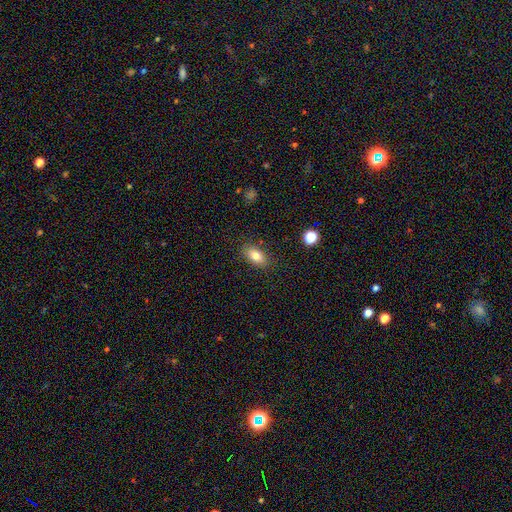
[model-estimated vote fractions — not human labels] A smooth galaxy with no disk features (80%) that is in between round and cigar-shaped (88%).

Vote fractions:
- Smooth or featured? smooth: 80% / featured or disk: 11% / star or artifact: 9%
- How rounded? in between: 88% / round: 8% / cigar-shaped: 4%
- Merging? none: 85% / minor disturbance: 10% / major disturbance: 3% / merger: 1%